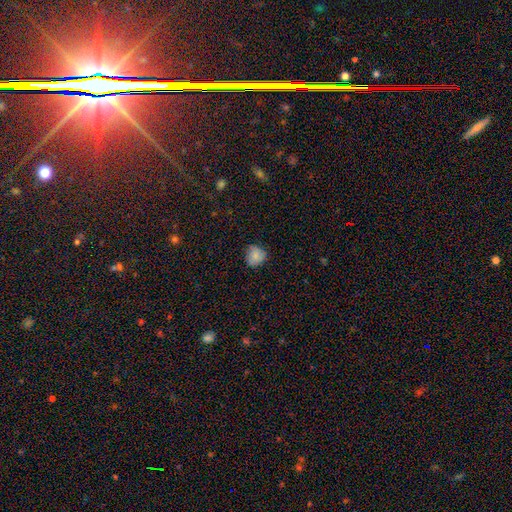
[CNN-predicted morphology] Smooth or featured: smooth — 83% (star or artifact — 9%)
How rounded: round — 86% (in between — 14%)
Merging: none — 80% (minor disturbance — 16%)